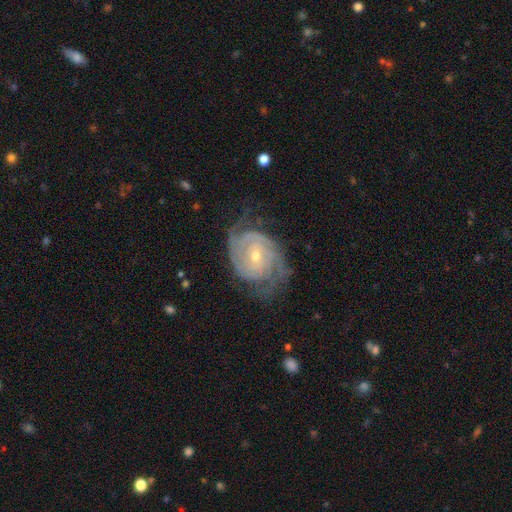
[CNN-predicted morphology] The model was most divided on "spiral arm count": 2: 37%, can't tell: 24%, 3: 19%, 4: 10%, more than 4: 5%, 1: 5%. More confident: edge-on disk — no (97%); spiral arms — yes (97%); smooth or featured — featured or disk (88%); spiral winding — tight (67%); merging — none (66%); bulge size — small (60%); bar — no (56%).